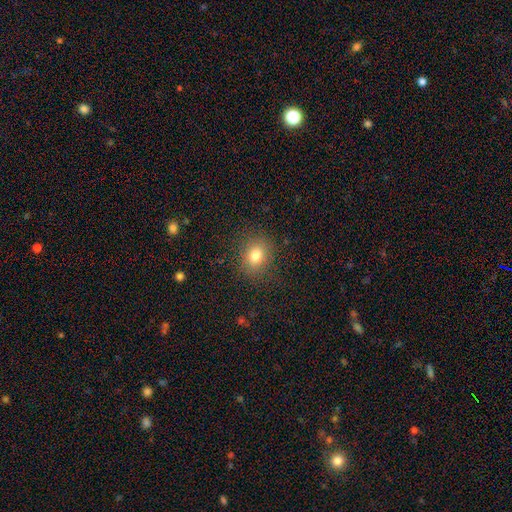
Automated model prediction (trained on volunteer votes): Smooth or featured? smooth (80%)
How rounded? round (50%)
Merging? none (84%)